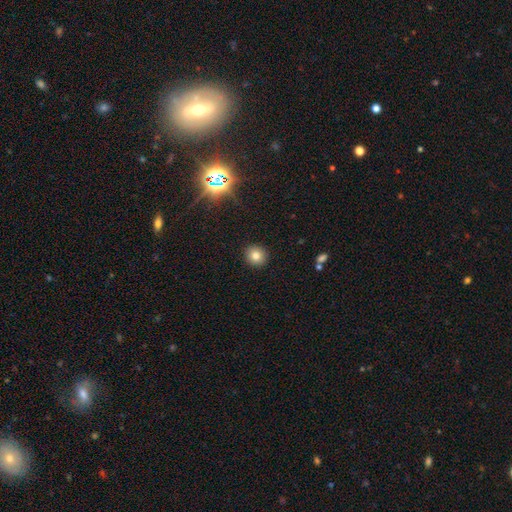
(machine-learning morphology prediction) This appears to be a smooth galaxy with no disk features (80%) that is round (90%). Merging: none (92%).